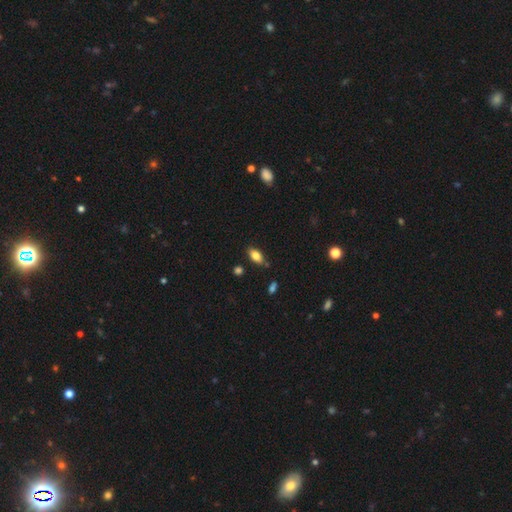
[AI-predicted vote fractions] A smooth galaxy with no disk features (81%) that is in between round and cigar-shaped (90%).

Vote fractions:
- Smooth or featured? smooth: 81% / featured or disk: 10% / star or artifact: 8%
- How rounded? in between: 90% / cigar-shaped: 5% / round: 5%
- Merging? none: 82% / minor disturbance: 12% / merger: 4% / major disturbance: 3%